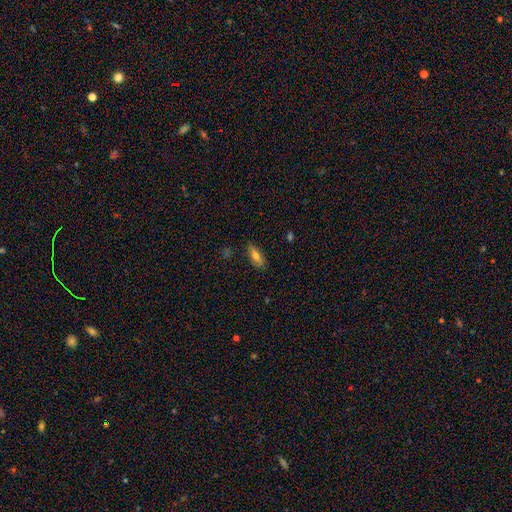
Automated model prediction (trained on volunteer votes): Overall: smooth (70%). How rounded: in between (71%). Merging: none (81%).